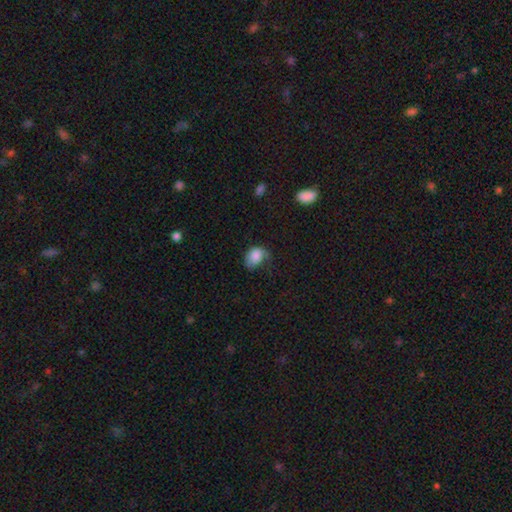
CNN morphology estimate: type=smooth (76%); roundness=in between (70%); merging=minor disturbance (34%).